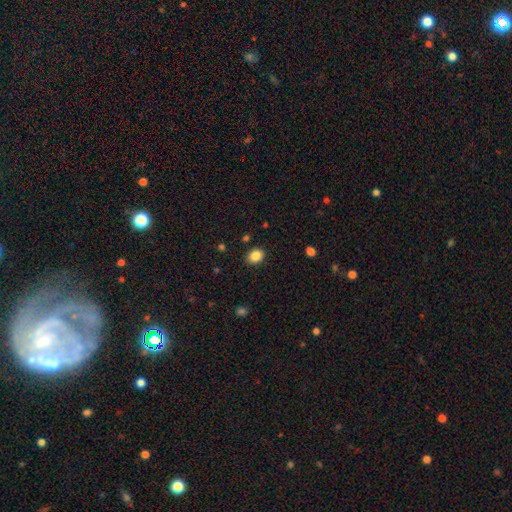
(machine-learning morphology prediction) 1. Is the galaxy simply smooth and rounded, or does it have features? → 86% smooth, 10% star or artifact, 4% featured or disk.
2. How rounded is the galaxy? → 51% in between, 48% round, 1% cigar-shaped.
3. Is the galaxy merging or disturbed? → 87% none, 9% minor disturbance, 2% major disturbance, 1% merger.